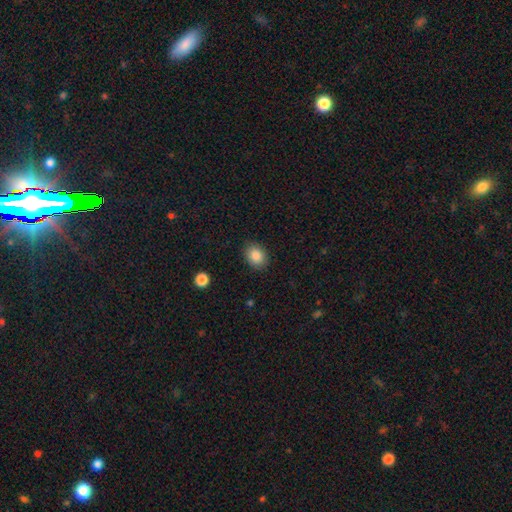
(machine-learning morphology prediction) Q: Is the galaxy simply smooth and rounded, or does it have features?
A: smooth — 86%.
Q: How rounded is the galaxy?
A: in between — 59%.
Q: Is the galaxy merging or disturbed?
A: none — 87%.